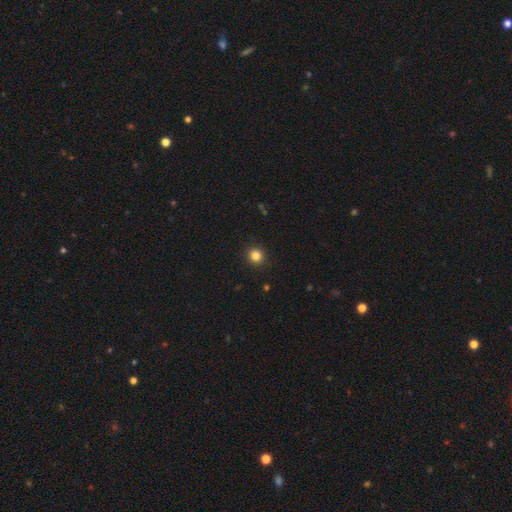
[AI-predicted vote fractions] smooth-or-featured: smooth: 83% | star or artifact: 13% | featured or disk: 4%
  how-rounded: round: 94% | in between: 5% | cigar-shaped: 1%
  merging: none: 93% | minor disturbance: 5% | major disturbance: 2% | merger: 1%